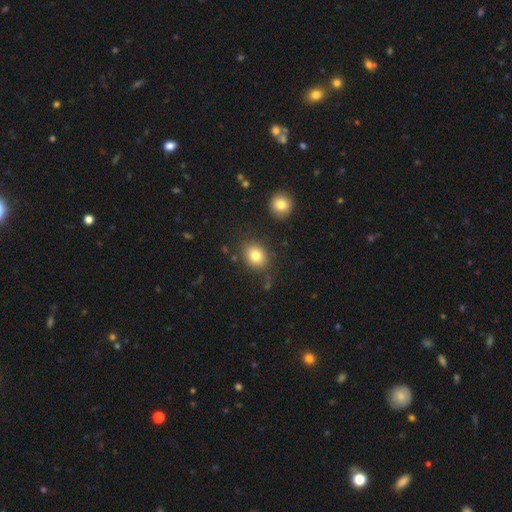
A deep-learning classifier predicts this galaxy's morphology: A smooth galaxy with no disk features (82%) that is round (58%). Merging: none (80%).